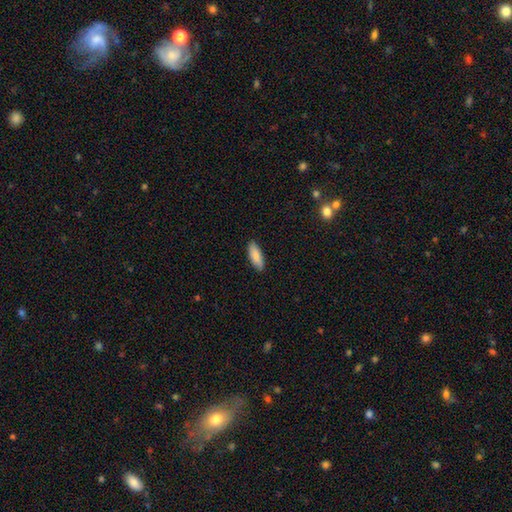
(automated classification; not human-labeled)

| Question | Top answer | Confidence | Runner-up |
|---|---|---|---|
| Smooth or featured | smooth | 85% | featured or disk (10%) |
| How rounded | in between | 67% | cigar-shaped (31%) |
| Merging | none | 89% | minor disturbance (9%) |